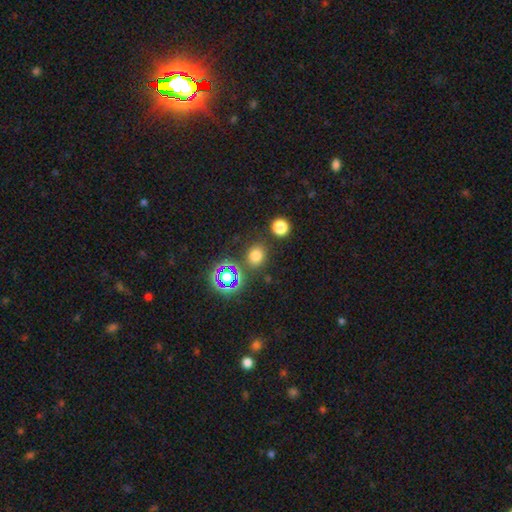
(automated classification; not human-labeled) Smooth or featured? Predicted: smooth (p=0.70). How rounded? Predicted: round (p=0.68). Merging? Predicted: none (p=0.81).